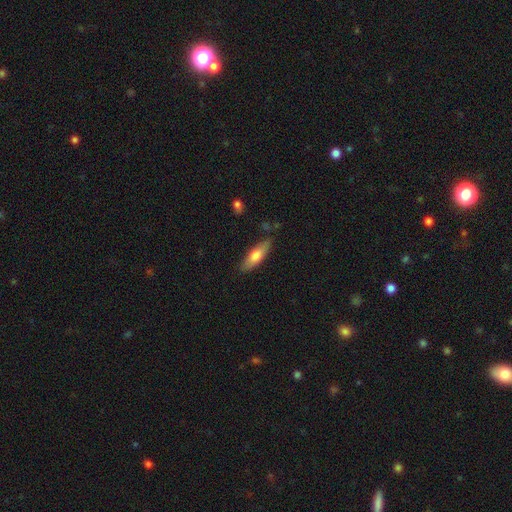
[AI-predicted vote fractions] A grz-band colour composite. It shows a smooth galaxy with no disk features (68%) that is cigar-shaped (51%). Merging: none (83%).